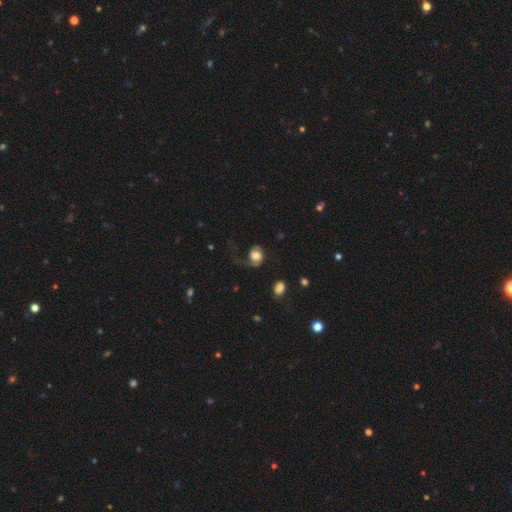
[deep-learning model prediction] The model was most divided on "merging": major disturbance: 42%, none: 36%, minor disturbance: 19%, merger: 3%. Remaining: smooth or featured — featured or disk (50%).